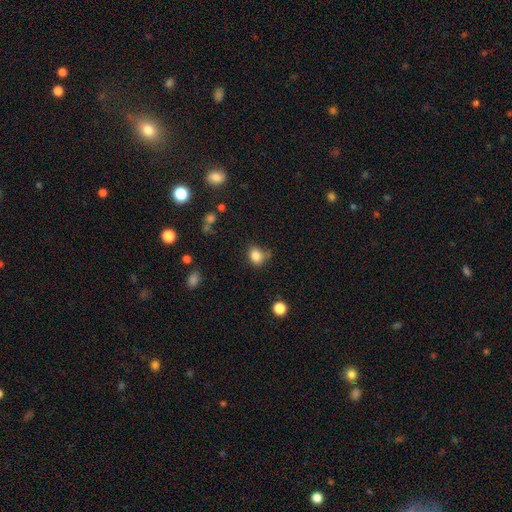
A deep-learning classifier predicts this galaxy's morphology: smooth-or-featured: smooth: 83% | star or artifact: 11% | featured or disk: 6%
  how-rounded: round: 54% | in between: 45% | cigar-shaped: 1%
  merging: none: 60% | minor disturbance: 27% | major disturbance: 8% | merger: 5%